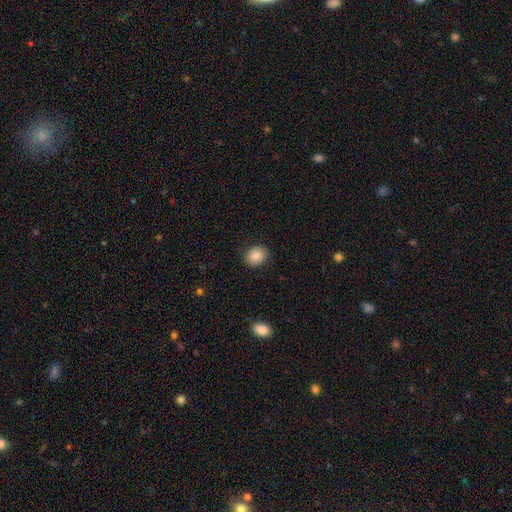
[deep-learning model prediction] smooth-or-featured: smooth: 84% | star or artifact: 8% | featured or disk: 7%
  how-rounded: round: 60% | in between: 39% | cigar-shaped: 1%
  merging: none: 85% | minor disturbance: 11% | major disturbance: 3% | merger: 1%